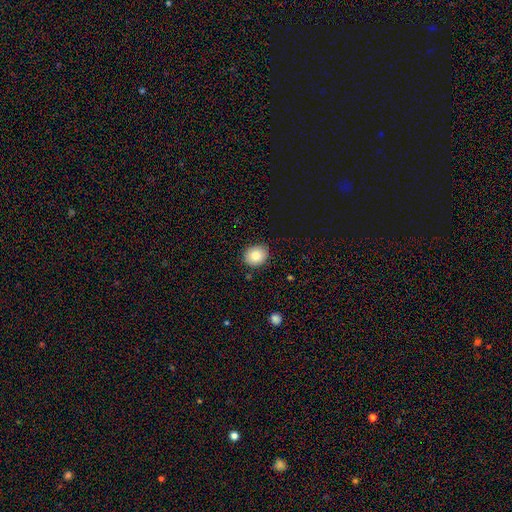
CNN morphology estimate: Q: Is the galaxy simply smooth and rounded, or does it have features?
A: smooth — 82%.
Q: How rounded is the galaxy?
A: round — 70%.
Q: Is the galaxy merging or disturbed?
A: none — 87%.